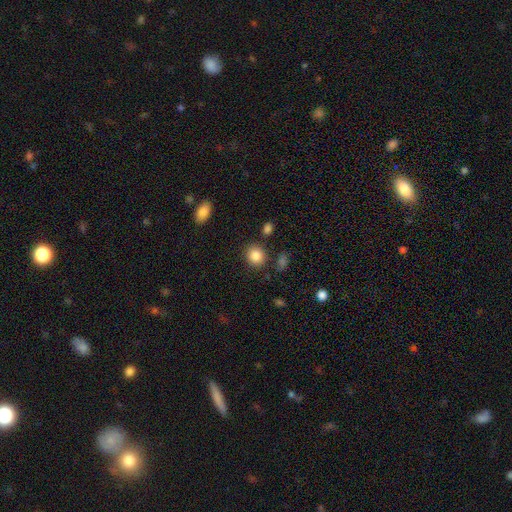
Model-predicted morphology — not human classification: A smooth galaxy with no disk features (86%) that is round (81%). Merging: none (84%).